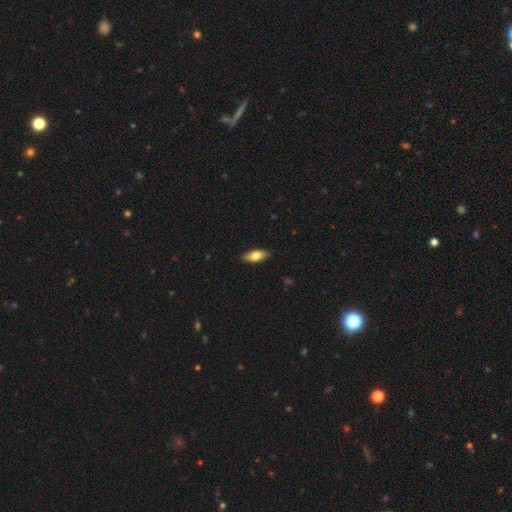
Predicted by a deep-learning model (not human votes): A smooth galaxy with no disk features (78%) that is in between round and cigar-shaped (85%). Merging: none (89%).